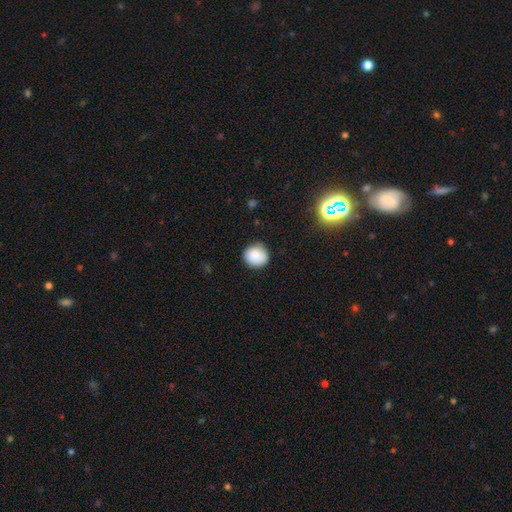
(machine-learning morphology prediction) Smooth or featured? smooth (85%)
How rounded? round (84%)
Merging? none (83%)